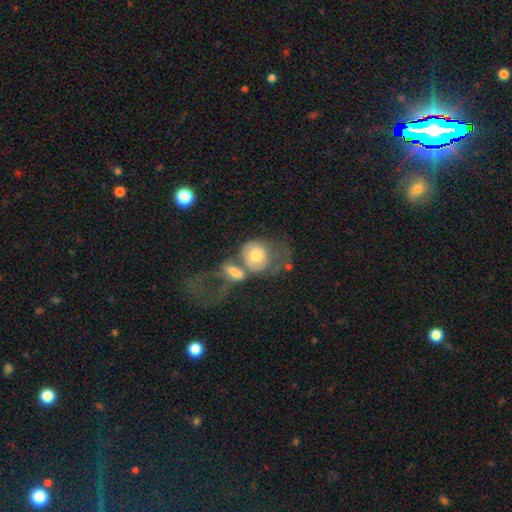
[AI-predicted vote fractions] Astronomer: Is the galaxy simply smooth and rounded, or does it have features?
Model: smooth — 55% (runner-up: featured or disk, 37%).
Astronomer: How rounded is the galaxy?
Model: round — 55% (runner-up: in between, 43%).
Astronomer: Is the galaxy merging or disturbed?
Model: merger — 56%.